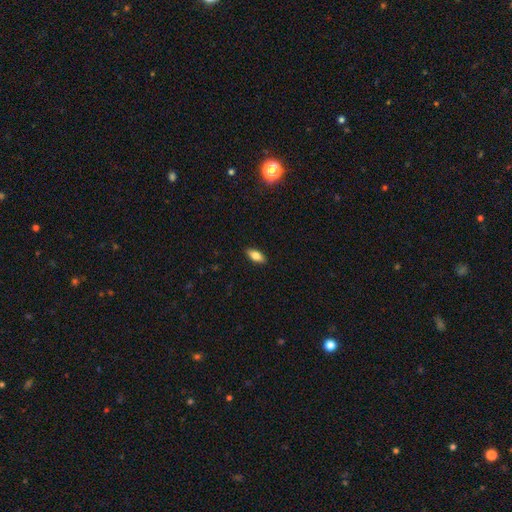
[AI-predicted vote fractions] Smooth or featured? smooth (74%)
How rounded? in between (82%)
Merging? none (90%)